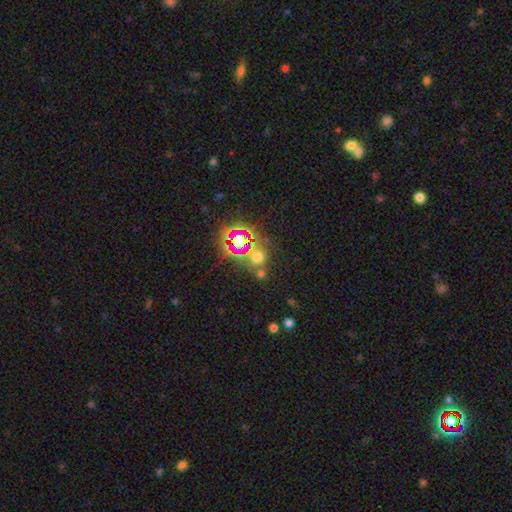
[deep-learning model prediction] The model was most divided on "smooth or featured": star or artifact: 65%, smooth: 25%, featured or disk: 9%.